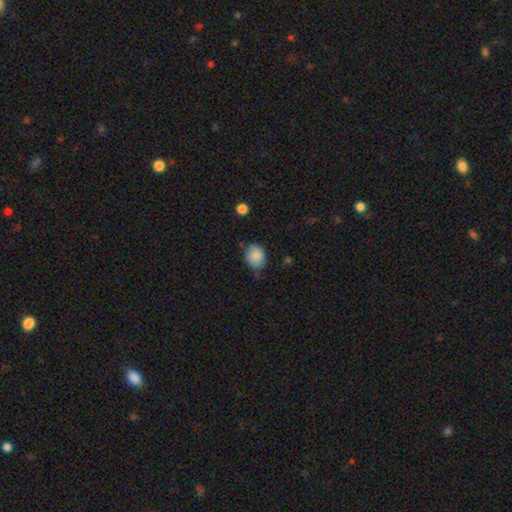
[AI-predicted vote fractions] Q: Smooth or featured?
A: smooth (87%); runner-up: star or artifact (8%)
Q: How rounded?
A: round (58%); runner-up: in between (42%)
Q: Merging?
A: none (64%); runner-up: minor disturbance (27%)